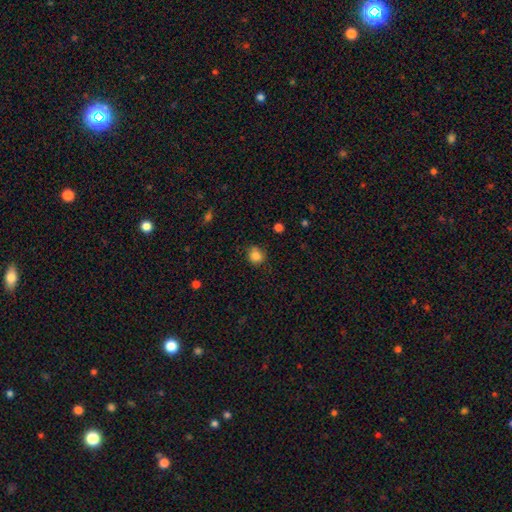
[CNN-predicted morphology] The model was most divided on "how rounded": round: 73%, in between: 26%, cigar-shaped: 1%. More confident: smooth or featured — smooth (85%); merging — none (76%).